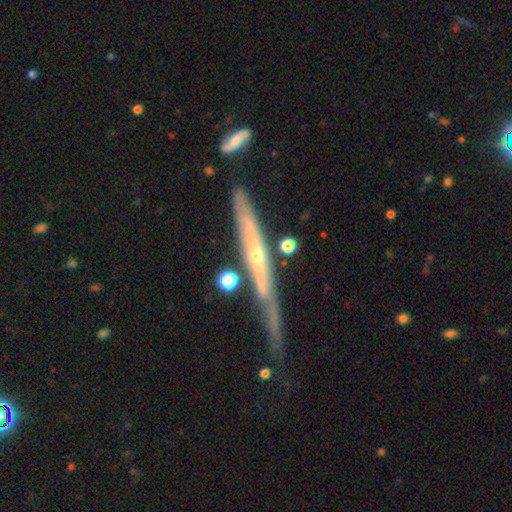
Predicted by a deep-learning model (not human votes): Smooth or featured? Predicted: featured or disk (p=0.77). Edge-on disk? Predicted: yes (p=0.90). Edge-on bulge? Predicted: rounded (p=0.59). Merging? Predicted: none (p=0.55).